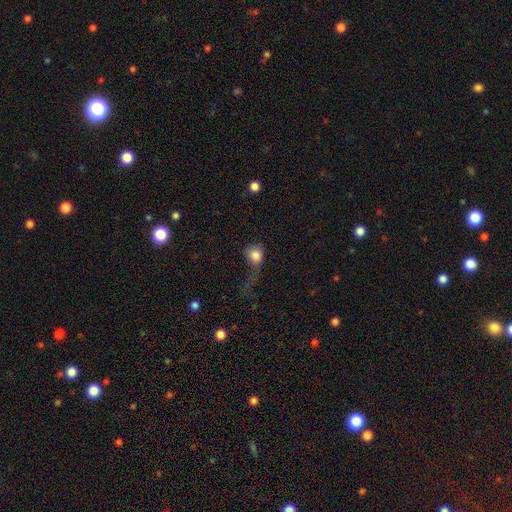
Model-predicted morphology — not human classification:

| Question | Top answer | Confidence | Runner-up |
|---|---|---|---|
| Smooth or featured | smooth | 80% | featured or disk (11%) |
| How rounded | round | 80% | in between (19%) |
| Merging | major disturbance | 50% | none (25%) |